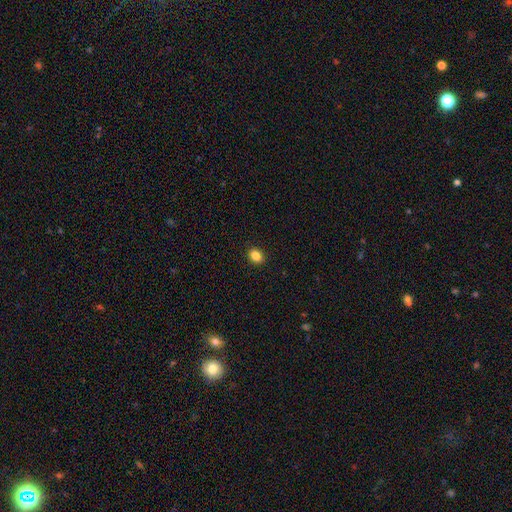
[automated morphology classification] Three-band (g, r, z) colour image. It shows a smooth galaxy with no disk features (85%) that is in between round and cigar-shaped (56%). Merging: none (91%).